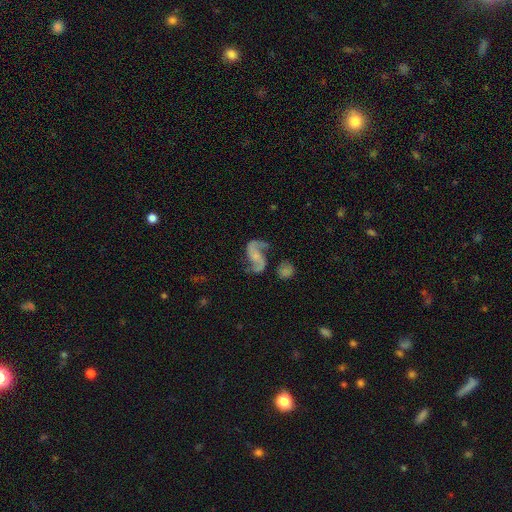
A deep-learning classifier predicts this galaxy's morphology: Smooth or featured? featured or disk (86%)
Edge-on disk? no (98%)
Bar? no (53%)
Spiral arms? yes (96%)
Spiral winding? loose (68%)
Spiral arm count? 2 (92%)
Bulge size? small (50%)
Merging? none (62%)